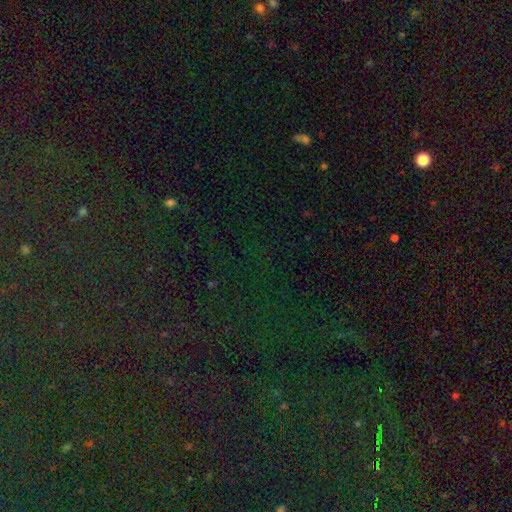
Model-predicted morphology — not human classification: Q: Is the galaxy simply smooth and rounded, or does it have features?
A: star or artifact — 83%.